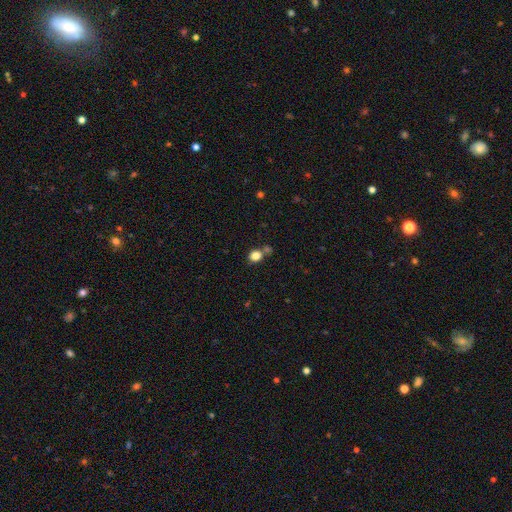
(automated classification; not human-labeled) Smooth or featured?
  - smooth: 82% *
  - star or artifact: 12%
  - featured or disk: 6%
How rounded?
  - round: 61% *
  - in between: 38%
  - cigar-shaped: 1%
Merging?
  - none: 60% *
  - merger: 23%
  - minor disturbance: 12%
  - major disturbance: 5%